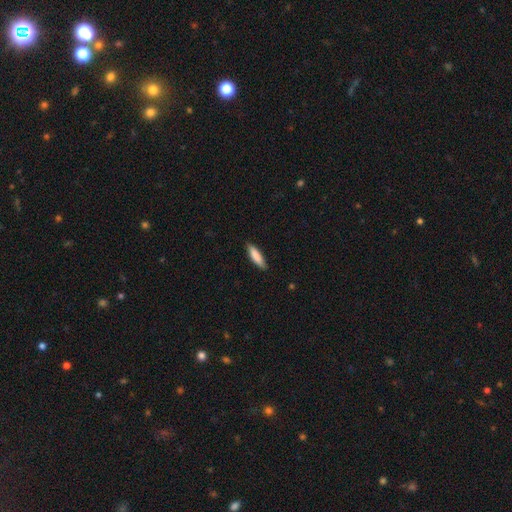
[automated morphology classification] The model was most divided on "how rounded": cigar-shaped: 64%, in between: 35%, round: 1%. More confident: merging — none (85%); smooth or featured — smooth (85%).